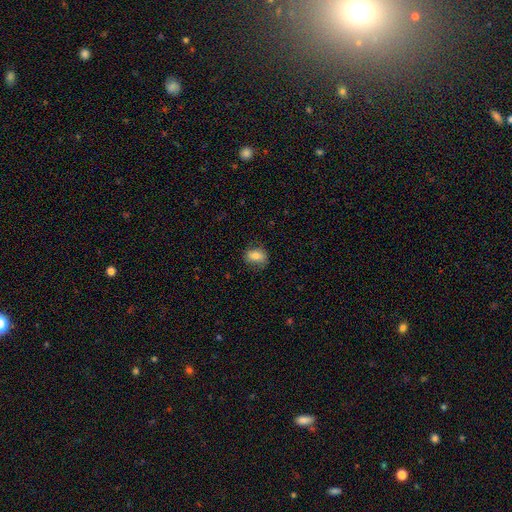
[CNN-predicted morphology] This appears to be a smooth galaxy with no disk features (79%) that is in between round and cigar-shaped (65%). Merging: none (75%).